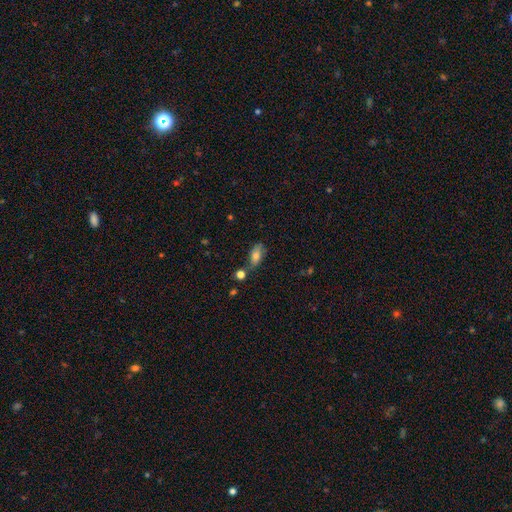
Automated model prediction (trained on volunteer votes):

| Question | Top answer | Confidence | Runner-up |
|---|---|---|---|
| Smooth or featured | smooth | 72% | featured or disk (19%) |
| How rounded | in between | 86% | cigar-shaped (8%) |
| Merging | none | 55% | minor disturbance (23%) |